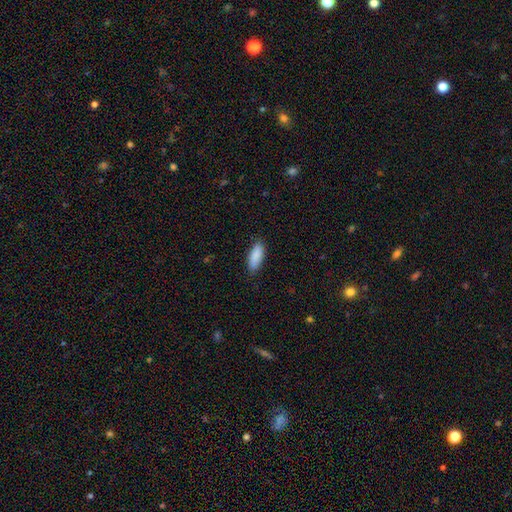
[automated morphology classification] Overall: smooth (89%). How rounded: in between (70%). Merging: none (85%).